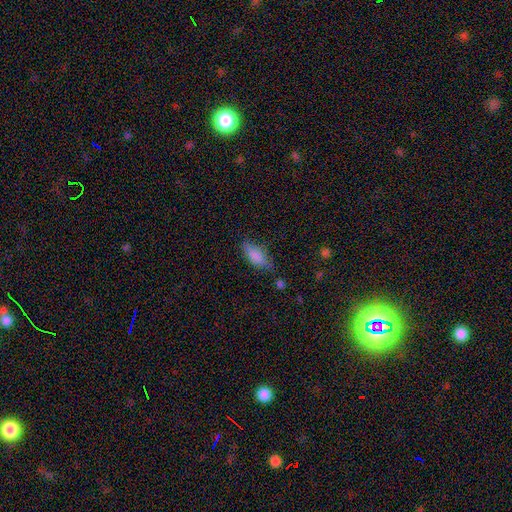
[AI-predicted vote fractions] This appears to be a smooth galaxy with no disk features (82%) that is in between round and cigar-shaped (83%). Merging: none (63%).